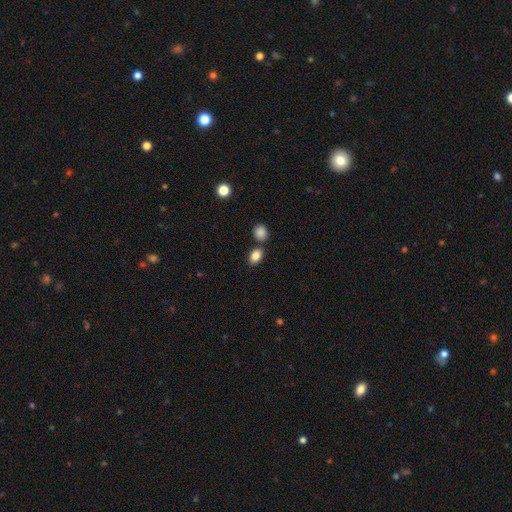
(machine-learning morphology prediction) This appears to be a smooth galaxy with no disk features (86%) that is in between round and cigar-shaped (76%). Merging: none (72%).